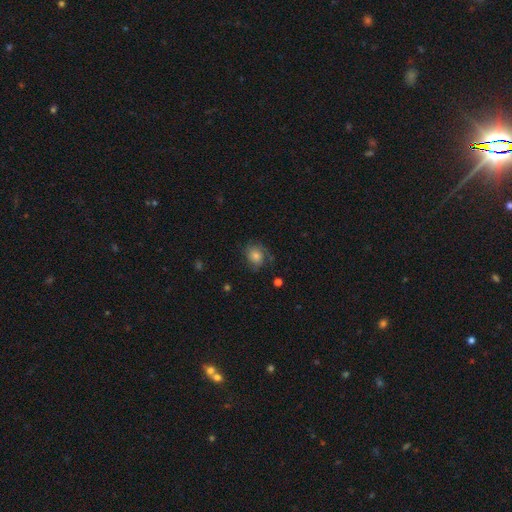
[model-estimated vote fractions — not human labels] A smooth galaxy with no disk features (49%).

Vote fractions:
- Smooth or featured? smooth: 49% / featured or disk: 40% / star or artifact: 11%
- Merging? none: 61% / minor disturbance: 23% / major disturbance: 14% / merger: 2%